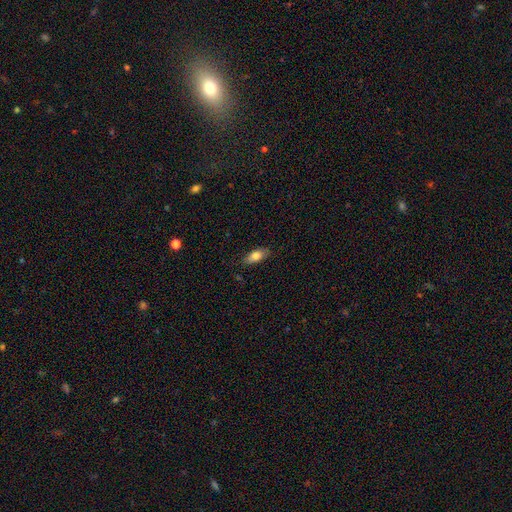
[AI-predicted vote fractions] smooth_or_featured: smooth (p=0.78) [alt: featured or disk p=0.15]
how_rounded: in between (p=0.84) [alt: cigar-shaped p=0.13]
merging: none (p=0.80) [alt: minor disturbance p=0.16]